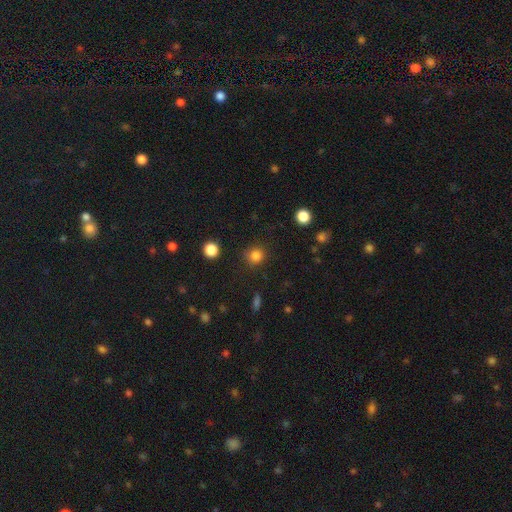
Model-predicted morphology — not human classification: Q: Smooth or featured?
A: smooth (83%); runner-up: star or artifact (13%)
Q: How rounded?
A: round (91%); runner-up: in between (8%)
Q: Merging?
A: none (86%); runner-up: minor disturbance (9%)